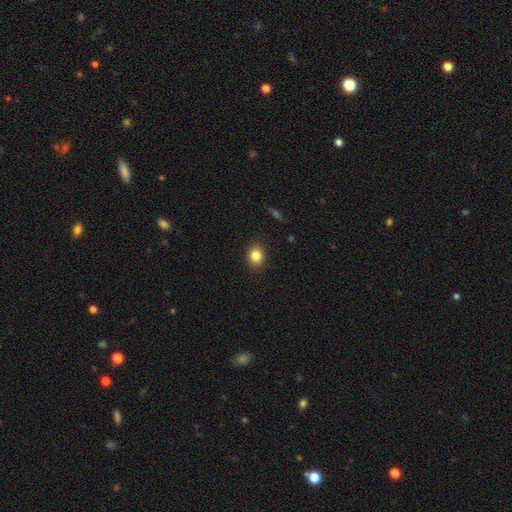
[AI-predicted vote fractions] A smooth galaxy with no disk features (84%) that is round (69%). Merging: none (90%).